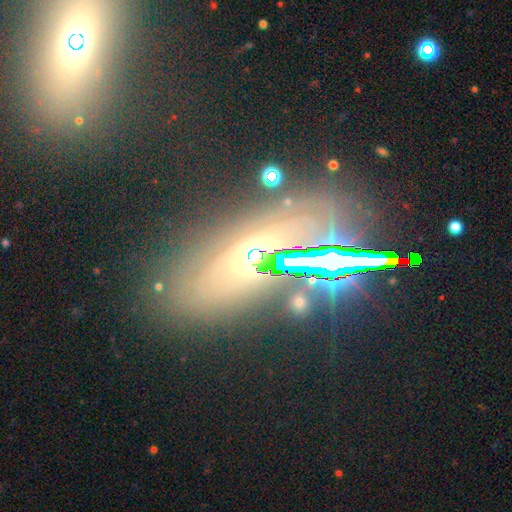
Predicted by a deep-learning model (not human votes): Smooth or featured?
  - featured or disk: 37% *
  - star or artifact: 32%
  - smooth: 31%
Merging?
  - none: 79% *
  - minor disturbance: 11%
  - major disturbance: 6%
  - merger: 4%